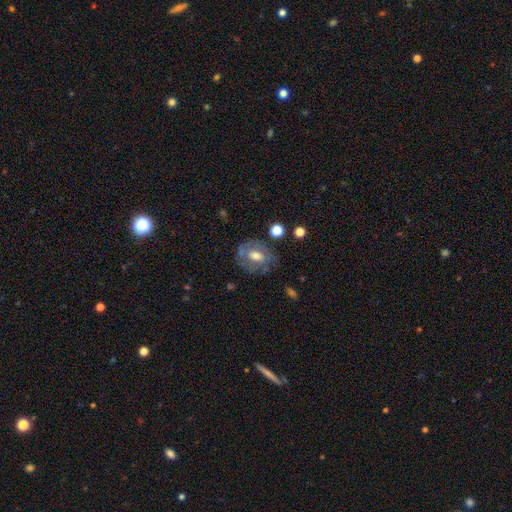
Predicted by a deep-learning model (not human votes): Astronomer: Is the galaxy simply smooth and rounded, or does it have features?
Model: featured or disk — 58% (runner-up: smooth, 33%).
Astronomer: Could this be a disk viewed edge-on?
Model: no — 94%.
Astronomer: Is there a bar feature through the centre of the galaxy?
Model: no — 49% (runner-up: weak, 38%).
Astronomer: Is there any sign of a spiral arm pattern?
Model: yes — 52% (runner-up: no, 48%).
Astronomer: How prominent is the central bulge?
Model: moderate — 69%.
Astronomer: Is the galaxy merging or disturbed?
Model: none — 67%.